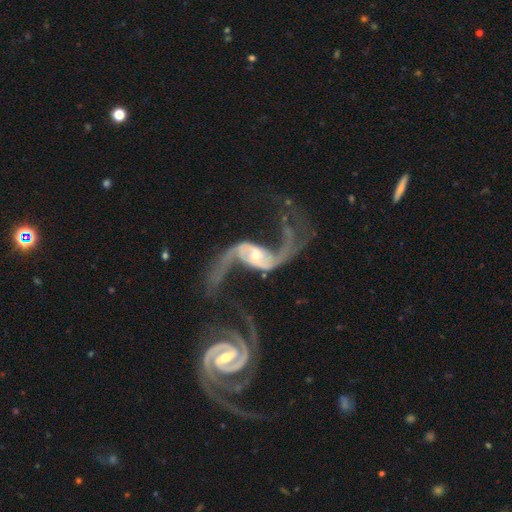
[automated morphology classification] Overall: featured or disk (92%). Edge-on disk: no (96%). Bar: weak (40%; no 34%). Spiral arms: yes (97%). Spiral arm count: 2 (94%). Spiral winding: loose (91%). Bulge size: moderate (47%; small 42%). Merging: none (49%; major disturbance 29%).